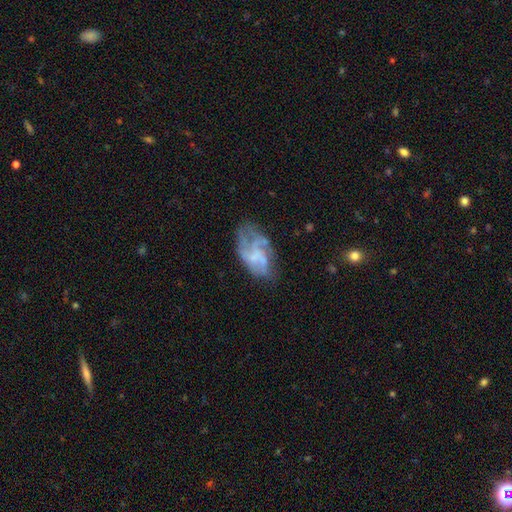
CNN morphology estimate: Overall: featured or disk (66%). Edge-on disk: no (96%). Bar: no (64%; weak 30%). Spiral arms: yes (71%). Bulge size: none (46%; small 35%). Merging: none (50%; minor disturbance 25%).